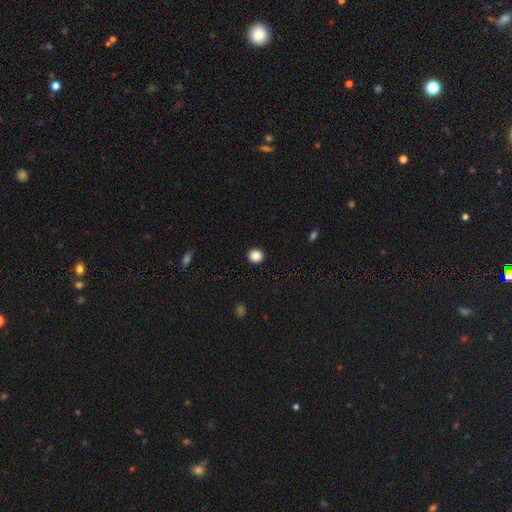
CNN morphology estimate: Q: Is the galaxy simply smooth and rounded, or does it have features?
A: smooth — 87%.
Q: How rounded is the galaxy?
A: round — 88%.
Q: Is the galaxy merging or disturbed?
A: none — 93%.